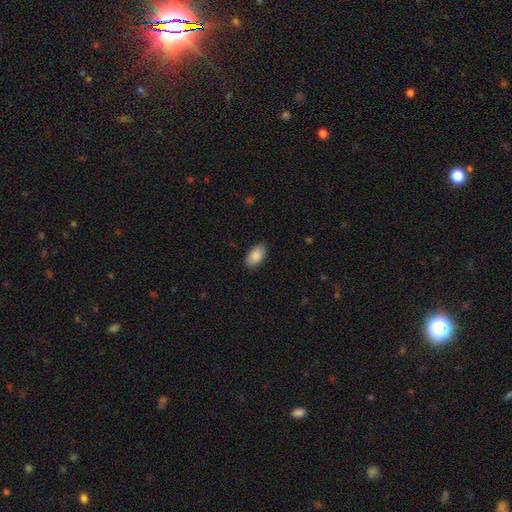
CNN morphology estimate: This appears to be a smooth galaxy with no disk features (87%) that is in between round and cigar-shaped (94%). Merging: none (87%).